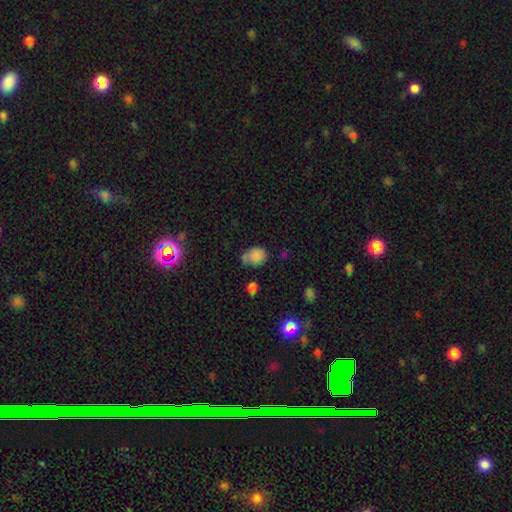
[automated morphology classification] Smooth or featured? Predicted: smooth (p=0.82). How rounded? Predicted: round (p=0.50). Merging? Predicted: none (p=0.50).